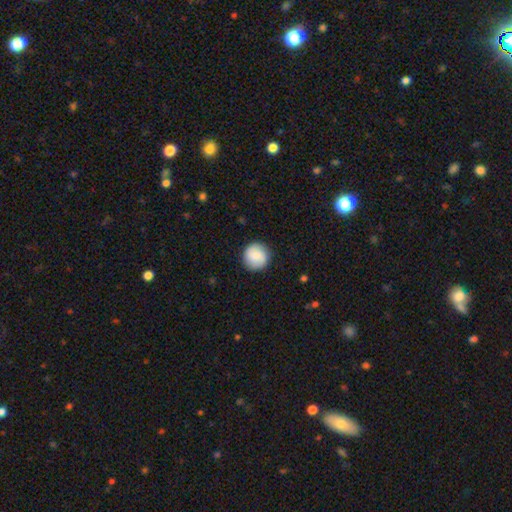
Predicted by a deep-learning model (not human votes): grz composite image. It shows a smooth galaxy with no disk features (73%) that is round (94%). Merging: none (89%).